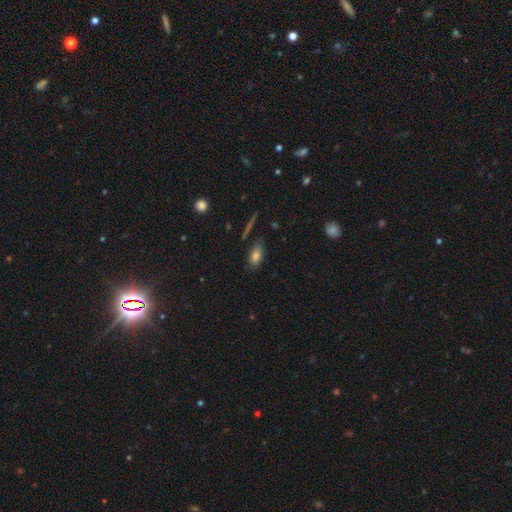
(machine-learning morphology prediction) Smooth or featured?
  - smooth: 76% *
  - featured or disk: 14%
  - star or artifact: 10%
How rounded?
  - in between: 87% *
  - cigar-shaped: 8%
  - round: 5%
Merging?
  - none: 74% *
  - minor disturbance: 18%
  - major disturbance: 4%
  - merger: 4%